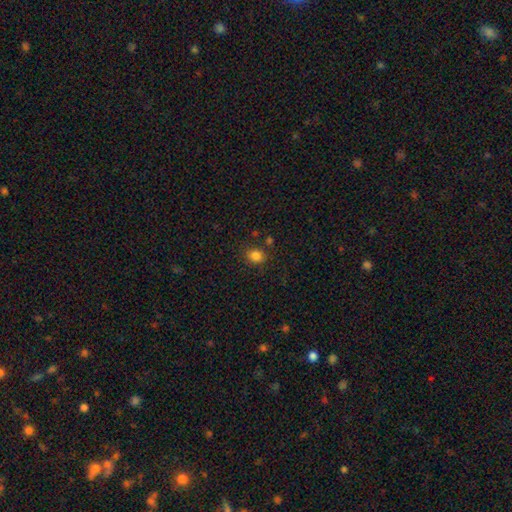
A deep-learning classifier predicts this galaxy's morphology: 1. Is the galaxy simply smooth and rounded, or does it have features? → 83% smooth, 12% star or artifact, 4% featured or disk.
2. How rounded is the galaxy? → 65% round, 34% in between, 1% cigar-shaped.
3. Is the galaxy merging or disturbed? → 81% none, 11% minor disturbance, 5% merger, 3% major disturbance.